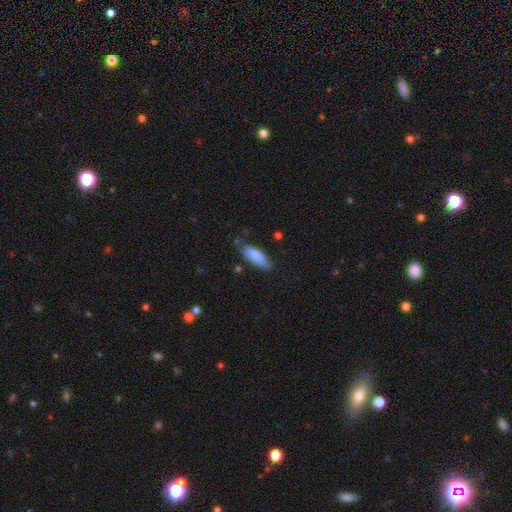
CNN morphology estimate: smooth_or_featured: smooth (p=0.84) [alt: featured or disk p=0.10]
how_rounded: in between (p=0.64) [alt: cigar-shaped p=0.35]
merging: none (p=0.74) [alt: minor disturbance p=0.19]